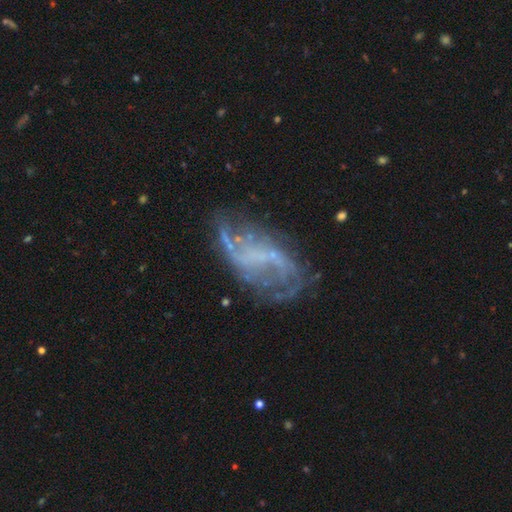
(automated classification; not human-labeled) Q: Smooth or featured?
A: featured or disk (76%); runner-up: smooth (13%)
Q: Edge-on disk?
A: no (96%); runner-up: yes (4%)
Q: Bar?
A: no (47%); runner-up: weak (35%)
Q: Spiral arms?
A: yes (72%); runner-up: no (28%)
Q: Spiral winding?
A: loose (68%); runner-up: medium (22%)
Q: Spiral arm count?
A: 2 (49%); runner-up: can't tell (26%)
Q: Bulge size?
A: none (67%); runner-up: small (23%)
Q: Merging?
A: none (49%); runner-up: major disturbance (26%)